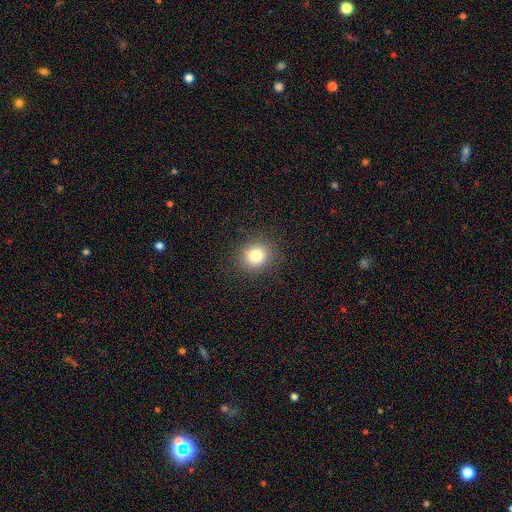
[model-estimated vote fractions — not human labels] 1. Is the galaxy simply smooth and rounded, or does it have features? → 81% smooth, 12% star or artifact, 7% featured or disk.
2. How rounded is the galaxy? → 86% round, 13% in between, 1% cigar-shaped.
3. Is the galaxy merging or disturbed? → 88% none, 8% minor disturbance, 3% major disturbance, 1% merger.